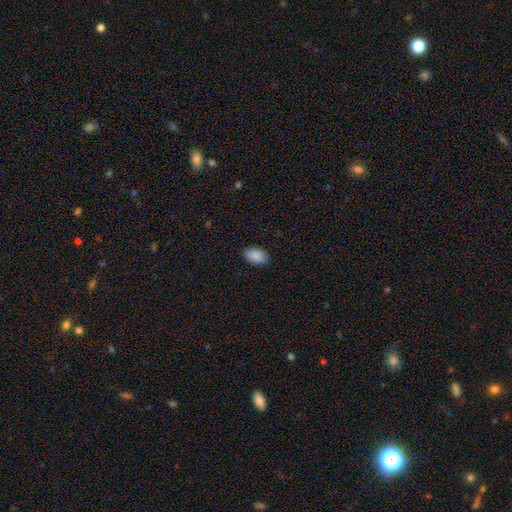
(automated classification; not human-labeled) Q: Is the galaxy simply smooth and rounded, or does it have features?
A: smooth — 89%.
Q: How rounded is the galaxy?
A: in between — 92%.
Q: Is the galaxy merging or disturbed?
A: none — 88%.